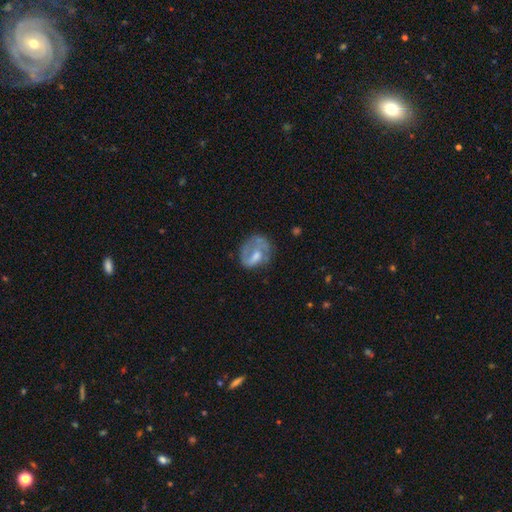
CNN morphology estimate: Smooth or featured? featured or disk (48%)
Merging? none (41%)